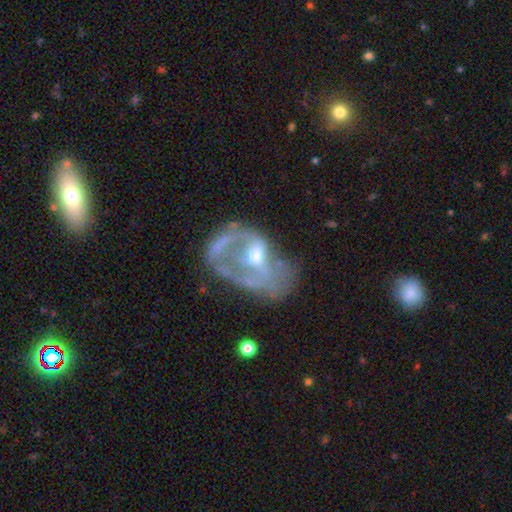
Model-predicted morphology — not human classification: Smooth or featured? featured or disk (70%)
Edge-on disk? no (95%)
Bar? no (66%)
Spiral arms? no (56%)
Bulge size? moderate (57%)
Merging? major disturbance (42%)